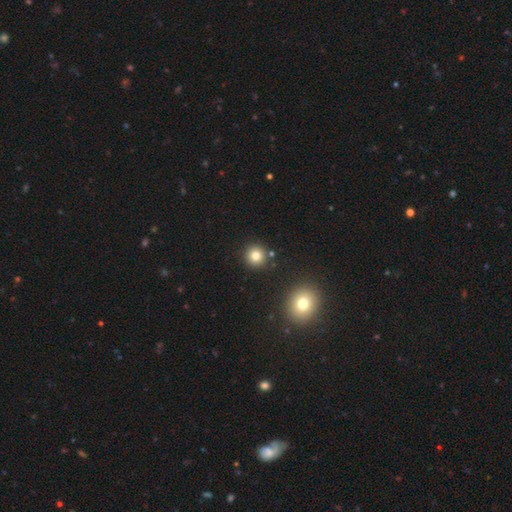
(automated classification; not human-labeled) Smooth or featured?
  - smooth: 80% *
  - star or artifact: 13%
  - featured or disk: 7%
How rounded?
  - round: 94% *
  - in between: 5%
  - cigar-shaped: 1%
Merging?
  - none: 87% *
  - minor disturbance: 6%
  - merger: 5%
  - major disturbance: 2%